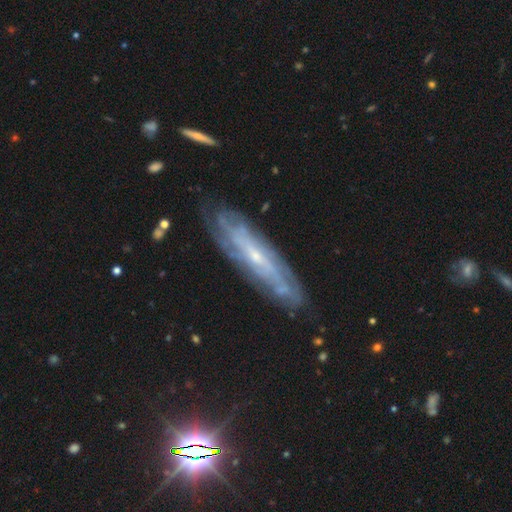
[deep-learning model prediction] Smooth or featured? featured or disk (81%)
Edge-on disk? no (72%)
Bar? no (60%)
Spiral arms? yes (92%)
Spiral winding? tight (69%)
Spiral arm count? can't tell (57%)
Bulge size? small (78%)
Merging? none (80%)